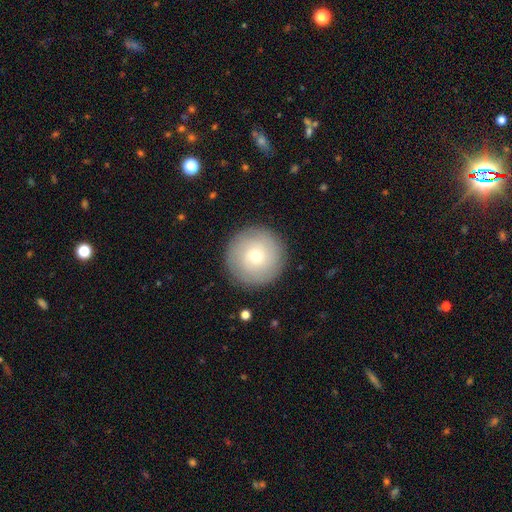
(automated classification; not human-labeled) This is likely a smooth galaxy (64%). How rounded: clearly round (96%). Merging: clearly none (90%).